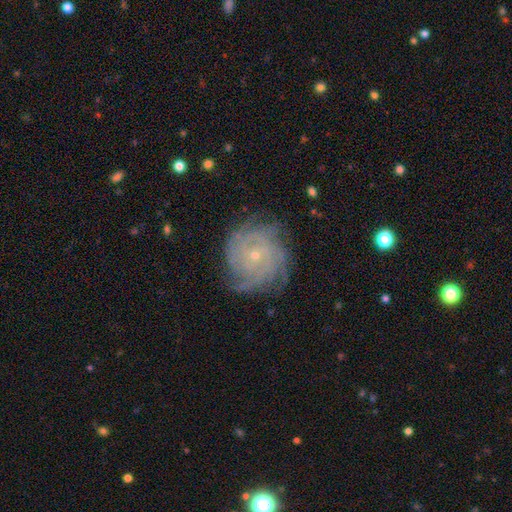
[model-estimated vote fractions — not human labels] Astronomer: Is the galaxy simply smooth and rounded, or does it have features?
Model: featured or disk — 82%.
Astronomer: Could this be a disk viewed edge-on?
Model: no — 97%.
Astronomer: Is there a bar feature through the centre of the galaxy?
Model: no — 79%.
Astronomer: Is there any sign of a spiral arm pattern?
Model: yes — 96%.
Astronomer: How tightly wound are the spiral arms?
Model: tight — 76%.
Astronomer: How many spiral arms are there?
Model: can't tell — 31% (runner-up: 4, 23%).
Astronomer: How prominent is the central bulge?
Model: small — 82%.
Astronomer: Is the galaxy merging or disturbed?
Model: none — 75%.